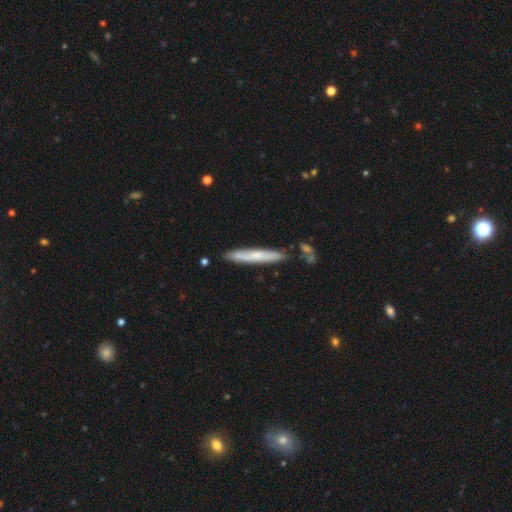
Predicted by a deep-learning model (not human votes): Smooth or featured?
  - smooth: 54% *
  - featured or disk: 40%
  - star or artifact: 6%
How rounded?
  - cigar-shaped: 95% *
  - in between: 4%
  - round: 1%
Merging?
  - none: 80% *
  - minor disturbance: 12%
  - merger: 6%
  - major disturbance: 2%